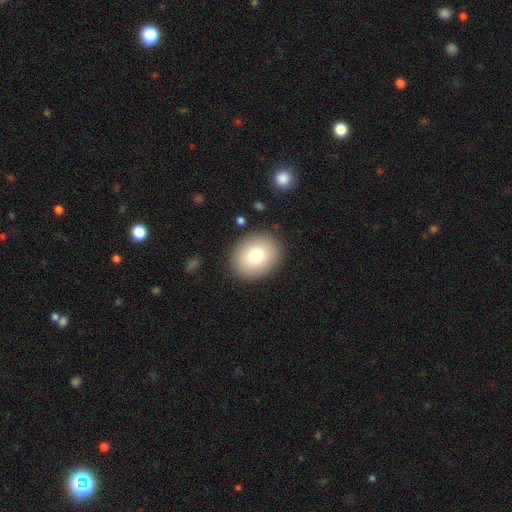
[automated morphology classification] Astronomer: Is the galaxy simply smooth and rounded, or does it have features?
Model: smooth — 81%.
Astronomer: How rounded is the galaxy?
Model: round — 51% (runner-up: in between, 48%).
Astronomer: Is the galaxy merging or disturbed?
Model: none — 88%.